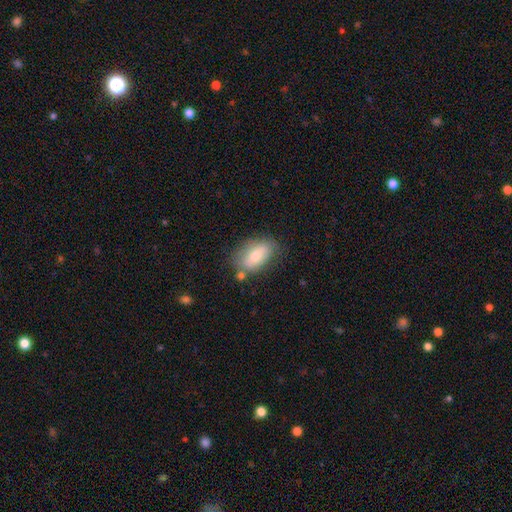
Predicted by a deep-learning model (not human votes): Smooth or featured? Predicted: smooth (p=0.69). How rounded? Predicted: in between (p=0.89). Merging? Predicted: none (p=0.65).